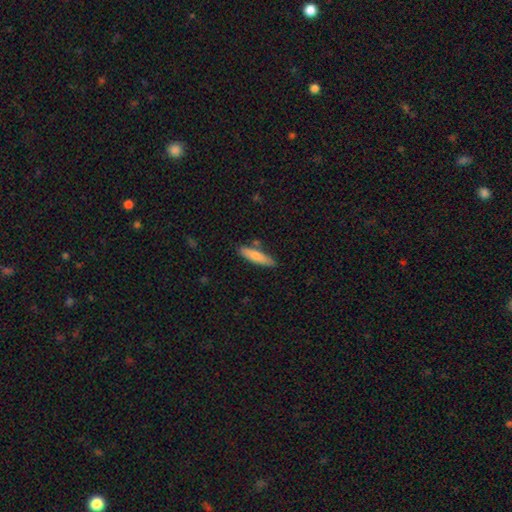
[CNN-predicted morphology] Q: Smooth or featured?
A: smooth (77%); runner-up: featured or disk (17%)
Q: How rounded?
A: cigar-shaped (73%); runner-up: in between (26%)
Q: Merging?
A: none (77%); runner-up: minor disturbance (14%)